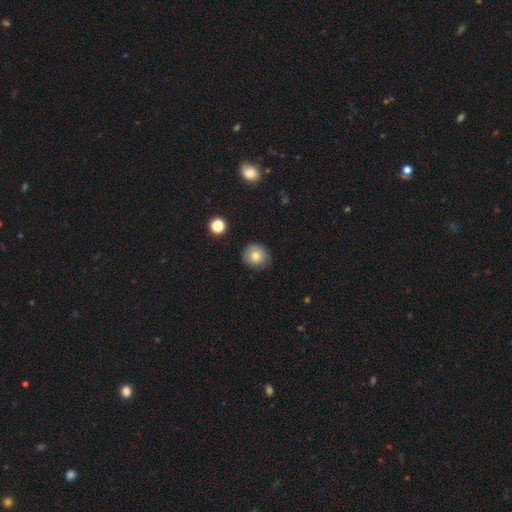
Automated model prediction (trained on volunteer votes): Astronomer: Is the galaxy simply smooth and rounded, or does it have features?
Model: smooth — 76%.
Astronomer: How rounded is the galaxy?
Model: round — 91%.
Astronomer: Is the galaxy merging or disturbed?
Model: none — 85%.